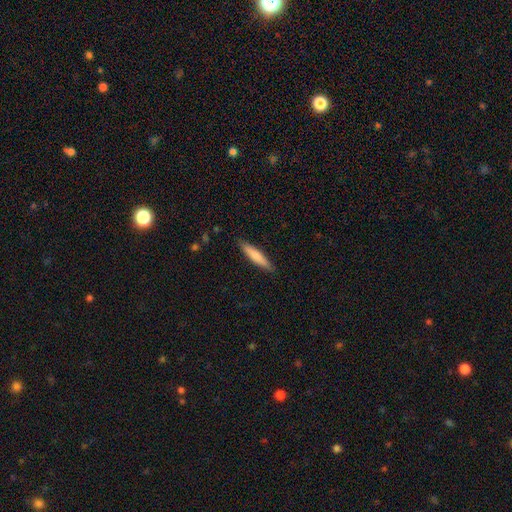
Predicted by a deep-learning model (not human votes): Smooth or featured?
  - smooth: 75% *
  - featured or disk: 20%
  - star or artifact: 5%
How rounded?
  - cigar-shaped: 88% *
  - in between: 11%
  - round: 1%
Merging?
  - none: 89% *
  - minor disturbance: 8%
  - major disturbance: 2%
  - merger: 1%